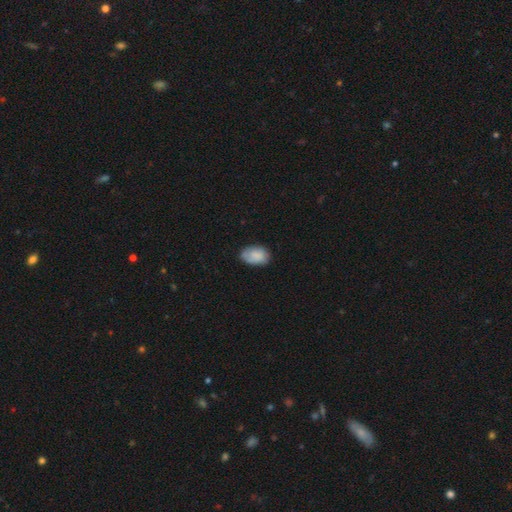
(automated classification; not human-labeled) Smooth or featured? smooth (78%)
How rounded? in between (86%)
Merging? none (69%)